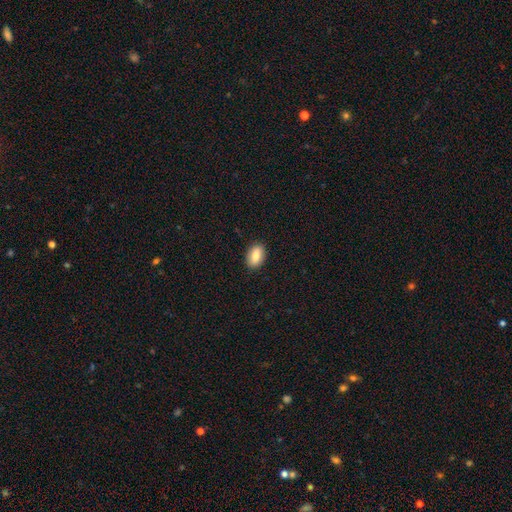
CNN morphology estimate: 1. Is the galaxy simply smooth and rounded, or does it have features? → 86% smooth, 7% featured or disk, 7% star or artifact.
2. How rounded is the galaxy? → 90% in between, 8% round, 2% cigar-shaped.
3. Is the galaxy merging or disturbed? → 89% none, 8% minor disturbance, 2% major disturbance, 1% merger.